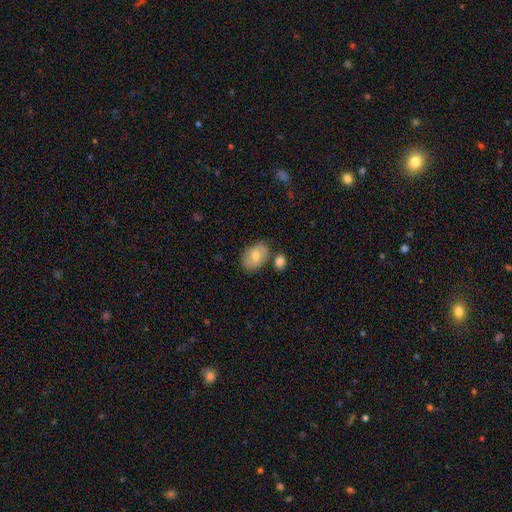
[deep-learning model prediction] smooth 67%, featured or disk 25%, star or artifact 8%. Down the decision tree: how rounded — in between (84%); merging — none (72%).